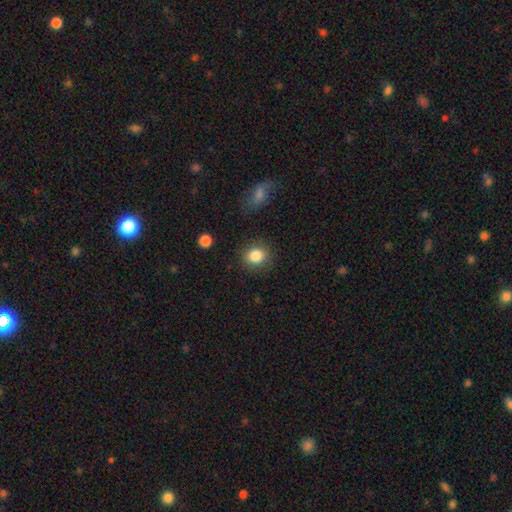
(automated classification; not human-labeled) A smooth galaxy with no disk features (85%) that is round (77%). Merging: none (85%).